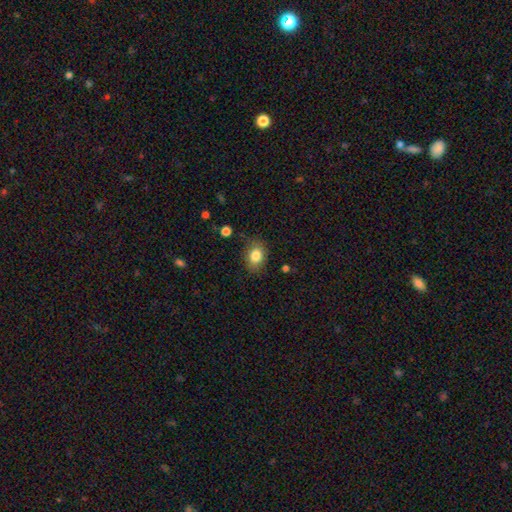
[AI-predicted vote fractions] Q: Smooth or featured?
A: smooth (82%); runner-up: star or artifact (9%)
Q: How rounded?
A: in between (68%); runner-up: round (31%)
Q: Merging?
A: none (80%); runner-up: minor disturbance (15%)